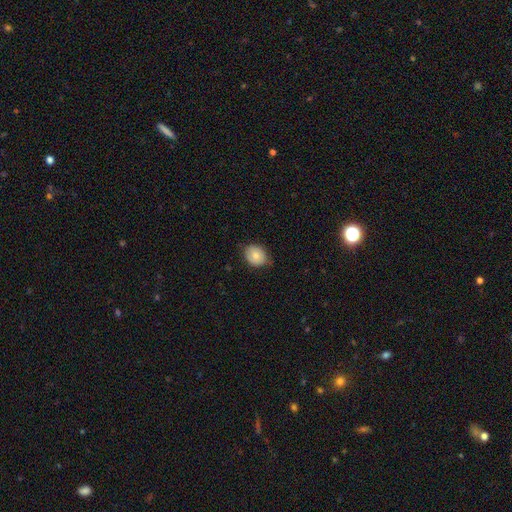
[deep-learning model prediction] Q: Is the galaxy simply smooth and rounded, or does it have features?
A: smooth — 78%.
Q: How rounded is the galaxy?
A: round — 59%.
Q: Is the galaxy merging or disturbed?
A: none — 73%.